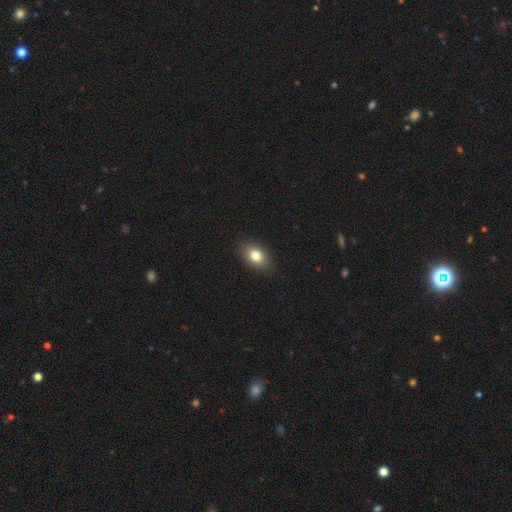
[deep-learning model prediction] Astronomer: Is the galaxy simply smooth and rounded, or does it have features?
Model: smooth — 80%.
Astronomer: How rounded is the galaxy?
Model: in between — 77%.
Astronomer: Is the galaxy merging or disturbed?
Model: none — 86%.